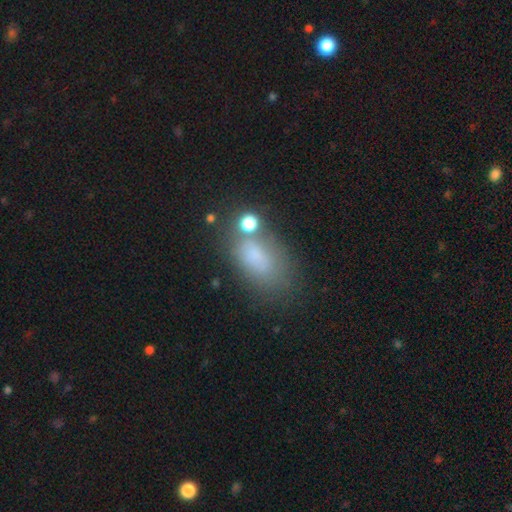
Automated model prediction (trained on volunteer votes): Overall: smooth (70%). How rounded: in between (86%). Merging: none (50%; minor disturbance 22%).